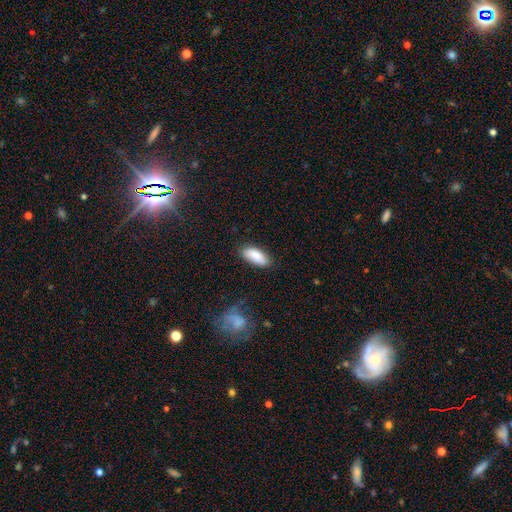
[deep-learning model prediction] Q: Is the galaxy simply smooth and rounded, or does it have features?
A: smooth — 85%.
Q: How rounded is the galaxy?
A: in between — 84%.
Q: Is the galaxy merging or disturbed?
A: none — 79%.